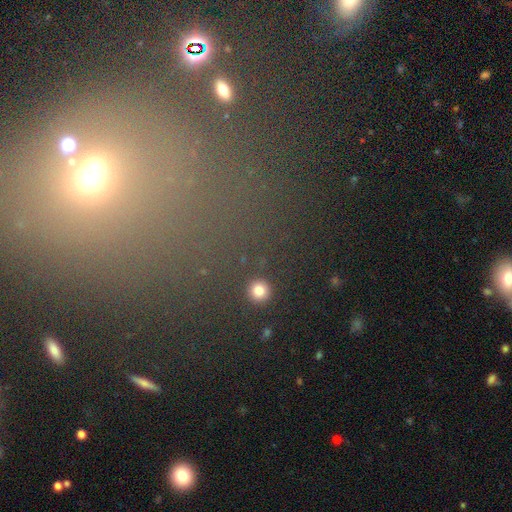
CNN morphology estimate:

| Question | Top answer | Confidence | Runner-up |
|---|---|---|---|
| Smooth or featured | star or artifact | 54% | smooth (36%) |